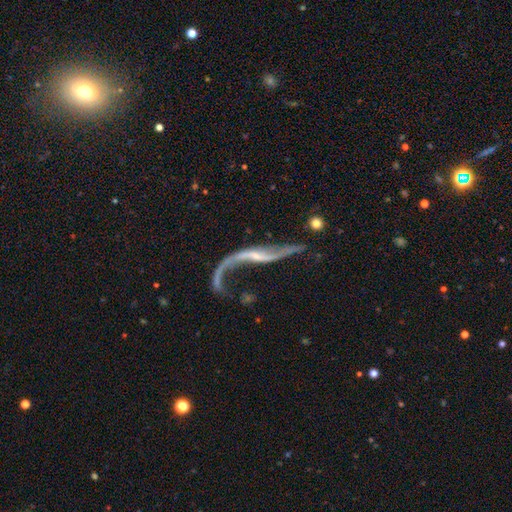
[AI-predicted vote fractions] A featured or disk galaxy (87%) with no bar (39%), 2 (84%) loose (94%) spiral arms (87%) and a small central bulge (62%). Merging: none (38%).